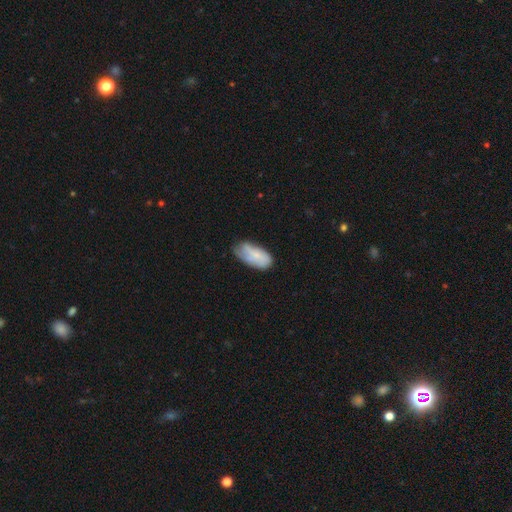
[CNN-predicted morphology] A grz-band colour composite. It shows a smooth galaxy with no disk features (69%) that is in between round and cigar-shaped (92%). Merging: none (49%).